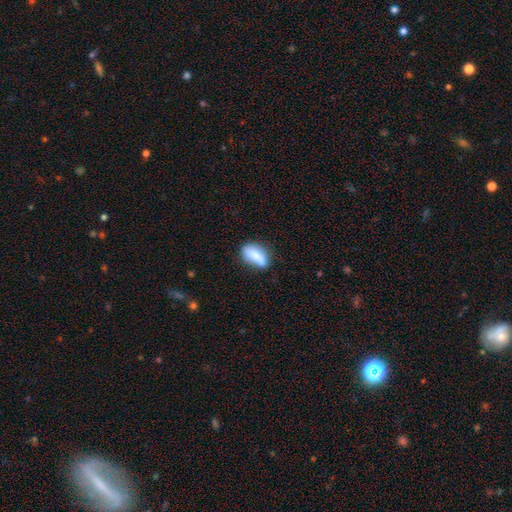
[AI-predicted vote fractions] smooth_or_featured: smooth (p=0.76) [alt: featured or disk p=0.16]
how_rounded: in between (p=0.80) [alt: cigar-shaped p=0.14]
merging: none (p=0.56) [alt: minor disturbance p=0.29]